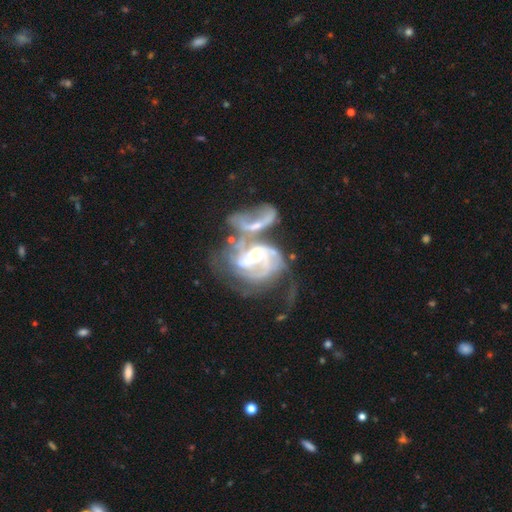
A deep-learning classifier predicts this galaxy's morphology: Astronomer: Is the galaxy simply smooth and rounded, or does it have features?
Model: featured or disk — 86%.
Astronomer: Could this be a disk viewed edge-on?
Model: no — 97%.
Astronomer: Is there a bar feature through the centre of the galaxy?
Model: no — 56% (runner-up: weak, 31%).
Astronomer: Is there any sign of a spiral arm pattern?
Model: yes — 89%.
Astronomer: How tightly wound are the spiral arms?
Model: tight — 44% (runner-up: medium, 37%).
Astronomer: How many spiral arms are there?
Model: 2 — 34% (runner-up: can't tell, 33%).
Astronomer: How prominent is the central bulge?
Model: moderate — 58% (runner-up: small, 33%).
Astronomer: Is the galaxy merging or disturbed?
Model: merger — 56%.